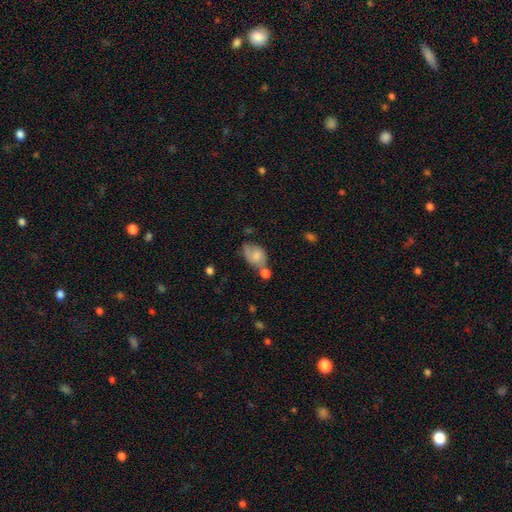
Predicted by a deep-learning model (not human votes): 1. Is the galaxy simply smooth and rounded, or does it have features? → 55% smooth, 36% featured or disk, 9% star or artifact.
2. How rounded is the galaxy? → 78% in between, 20% round, 2% cigar-shaped.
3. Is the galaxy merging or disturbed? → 37% none, 26% merger, 25% minor disturbance, 12% major disturbance.